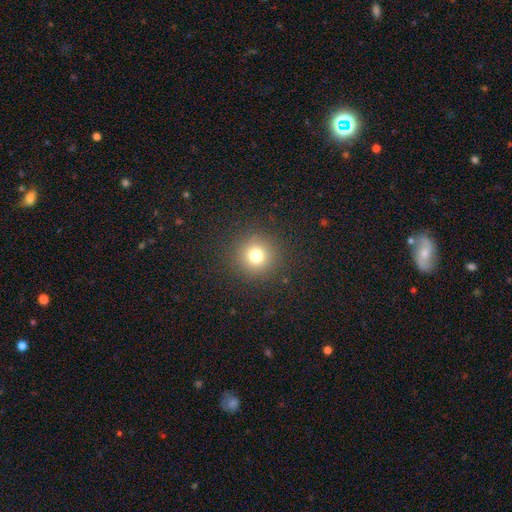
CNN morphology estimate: This appears to be a smooth galaxy with no disk features (75%) that is round (95%). Merging: none (90%).